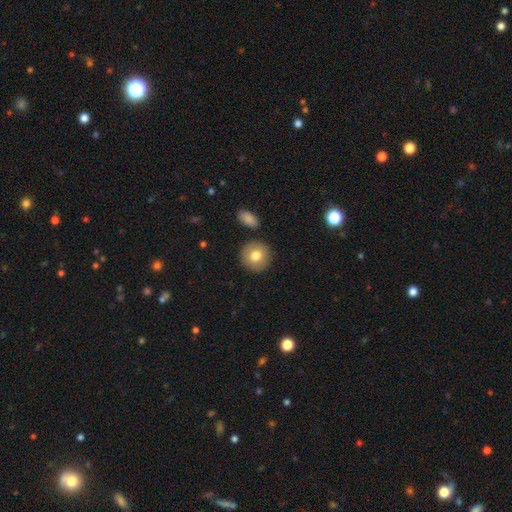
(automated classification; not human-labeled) Smooth or featured: smooth — 78% (featured or disk — 14%)
How rounded: round — 92% (in between — 7%)
Merging: none — 88% (minor disturbance — 7%)